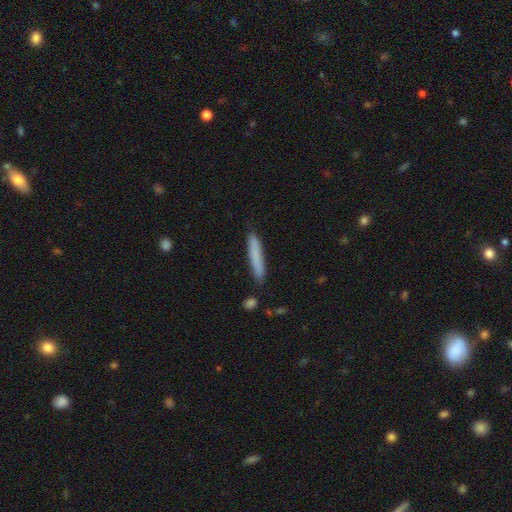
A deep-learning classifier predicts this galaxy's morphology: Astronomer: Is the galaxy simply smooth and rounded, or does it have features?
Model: smooth — 79%.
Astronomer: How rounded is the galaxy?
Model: cigar-shaped — 93%.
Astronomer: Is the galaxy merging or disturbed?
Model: none — 85%.